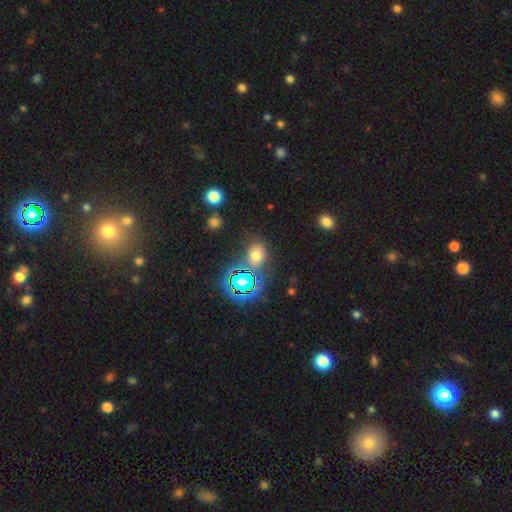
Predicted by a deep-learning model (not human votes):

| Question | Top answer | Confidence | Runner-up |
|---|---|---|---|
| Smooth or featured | smooth | 58% | star or artifact (33%) |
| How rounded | in between | 52% | round (47%) |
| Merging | none | 72% | minor disturbance (14%) |